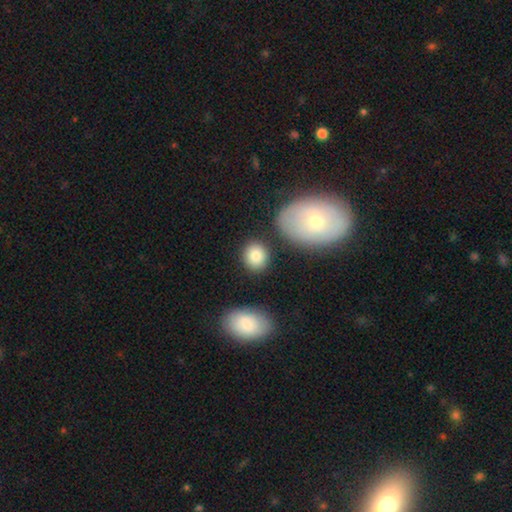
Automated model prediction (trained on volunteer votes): Morphology: type=smooth (85%); roundness=round (75%); merging=none (82%).